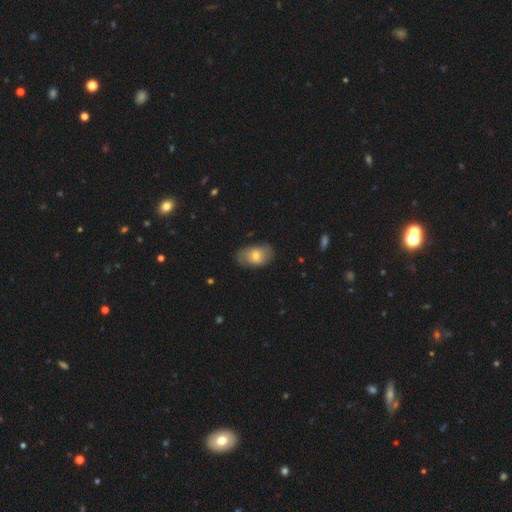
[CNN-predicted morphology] This appears to be a smooth galaxy with no disk features (58%) that is in between round and cigar-shaped (87%). Merging: none (71%).